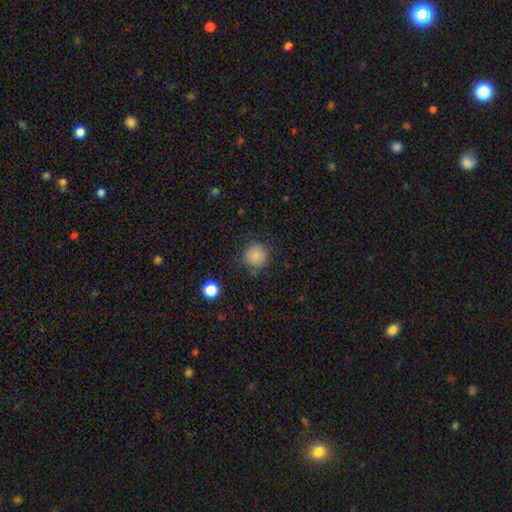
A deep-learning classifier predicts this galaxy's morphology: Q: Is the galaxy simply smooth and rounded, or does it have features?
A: smooth — 86%.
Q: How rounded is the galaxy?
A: round — 94%.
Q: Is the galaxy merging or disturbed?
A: none — 85%.